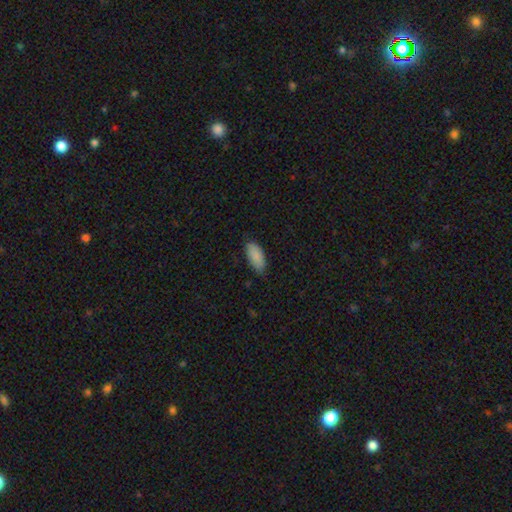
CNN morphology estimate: Smooth or featured?
  - smooth: 88% *
  - star or artifact: 6%
  - featured or disk: 6%
How rounded?
  - in between: 91% *
  - cigar-shaped: 7%
  - round: 2%
Merging?
  - none: 74% *
  - minor disturbance: 22%
  - major disturbance: 3%
  - merger: 1%